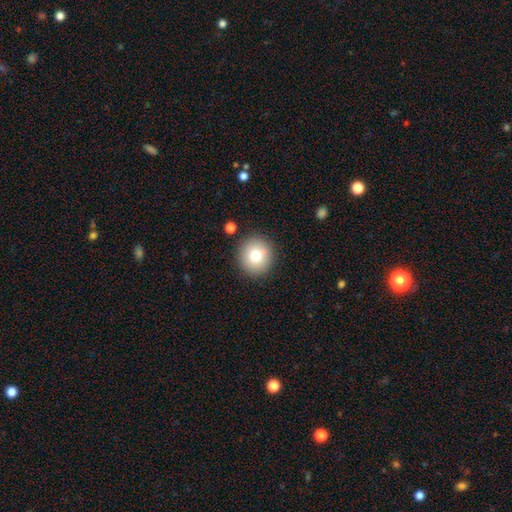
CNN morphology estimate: A smooth galaxy with no disk features (79%) that is round (93%).

Vote fractions:
- Smooth or featured? smooth: 79% / featured or disk: 11% / star or artifact: 10%
- How rounded? round: 93% / in between: 6% / cigar-shaped: 1%
- Merging? none: 89% / minor disturbance: 7% / major disturbance: 2% / merger: 2%